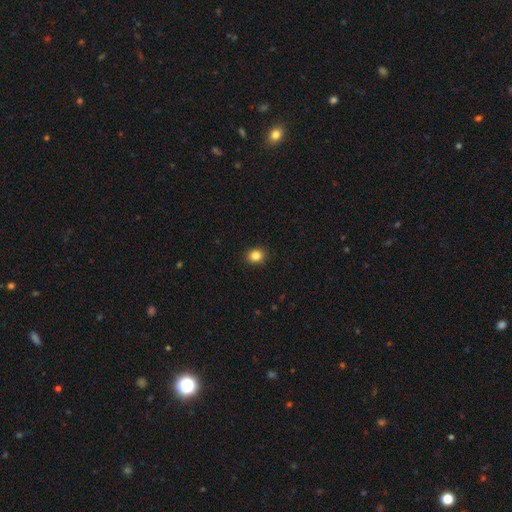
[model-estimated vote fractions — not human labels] Smooth or featured? smooth (85%)
How rounded? round (68%)
Merging? none (91%)